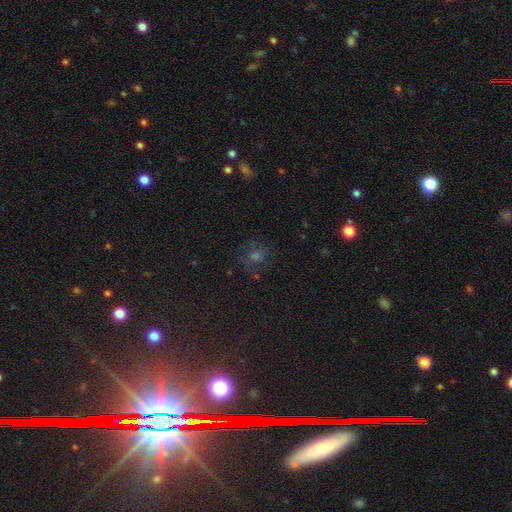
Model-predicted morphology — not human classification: The model was most divided on "smooth or featured": star or artifact: 41%, smooth: 39%, featured or disk: 20%.